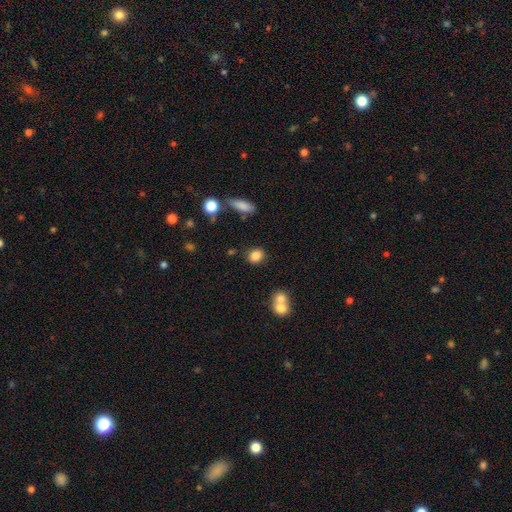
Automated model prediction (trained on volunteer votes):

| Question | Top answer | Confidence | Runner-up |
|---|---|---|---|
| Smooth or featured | smooth | 83% | star or artifact (10%) |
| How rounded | round | 67% | in between (31%) |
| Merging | none | 80% | minor disturbance (10%) |